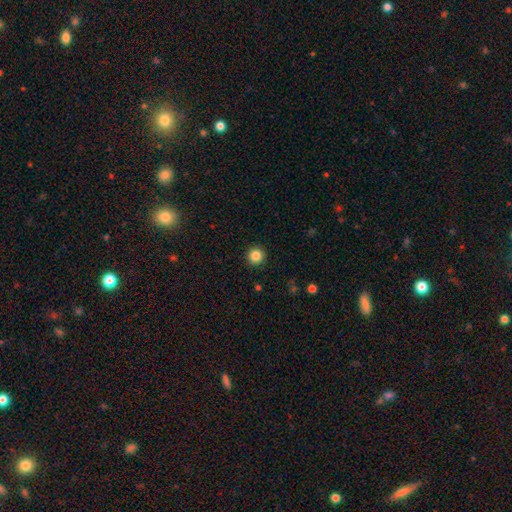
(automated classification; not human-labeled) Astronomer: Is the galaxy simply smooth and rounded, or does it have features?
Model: smooth — 85%.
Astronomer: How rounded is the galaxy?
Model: round — 95%.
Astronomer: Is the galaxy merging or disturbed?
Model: none — 93%.